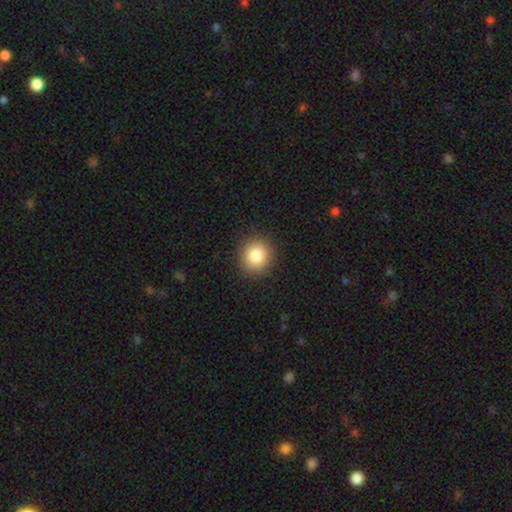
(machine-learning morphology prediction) smooth-or-featured: smooth: 85% | star or artifact: 9% | featured or disk: 6%
  how-rounded: round: 85% | in between: 14% | cigar-shaped: 1%
  merging: none: 90% | minor disturbance: 7% | major disturbance: 2% | merger: 1%